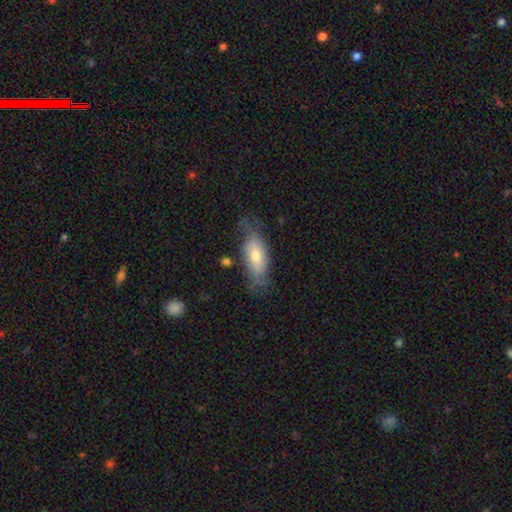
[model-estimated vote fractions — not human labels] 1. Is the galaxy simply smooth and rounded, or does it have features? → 59% smooth, 35% featured or disk, 7% star or artifact.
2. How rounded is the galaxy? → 76% in between, 21% cigar-shaped, 3% round.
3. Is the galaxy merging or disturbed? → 58% none, 28% minor disturbance, 11% major disturbance, 3% merger.